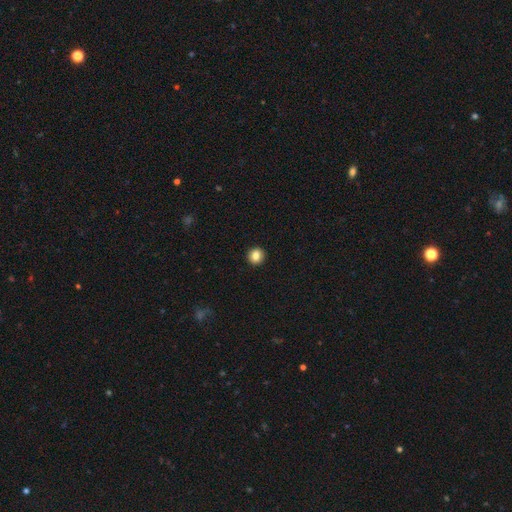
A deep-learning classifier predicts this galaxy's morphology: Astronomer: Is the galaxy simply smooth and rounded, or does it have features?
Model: smooth — 84%.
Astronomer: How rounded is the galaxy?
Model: round — 91%.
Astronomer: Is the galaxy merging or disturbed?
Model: none — 93%.